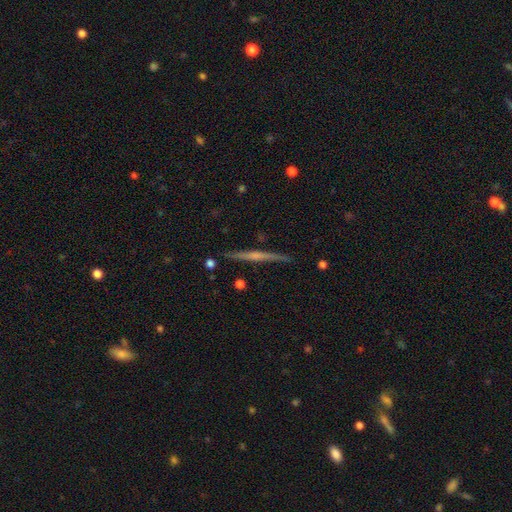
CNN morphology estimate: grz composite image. It shows a featured or disk galaxy (70%) viewed edge-on (98%) with no central bulge (46%). Merging: none (90%).